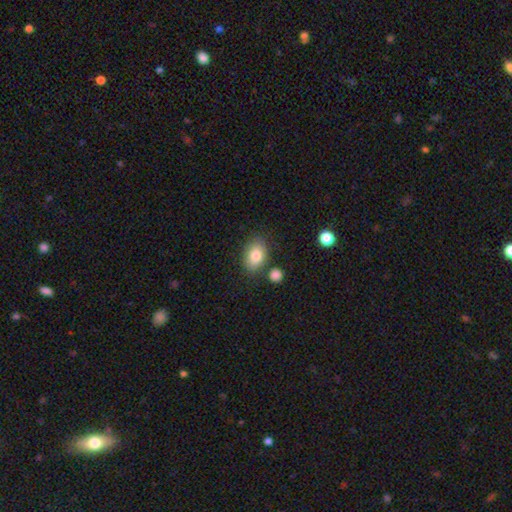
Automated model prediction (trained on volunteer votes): smooth 82%, featured or disk 10%, star or artifact 8%. Down the decision tree: how rounded — in between (84%); merging — none (77%).